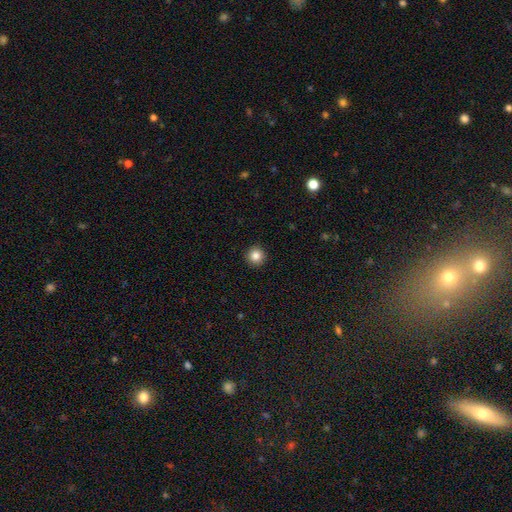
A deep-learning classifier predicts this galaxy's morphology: Smooth or featured?
  - smooth: 85% *
  - star or artifact: 10%
  - featured or disk: 5%
How rounded?
  - round: 95% *
  - in between: 4%
  - cigar-shaped: 1%
Merging?
  - none: 93% *
  - minor disturbance: 4%
  - major disturbance: 1%
  - merger: 1%